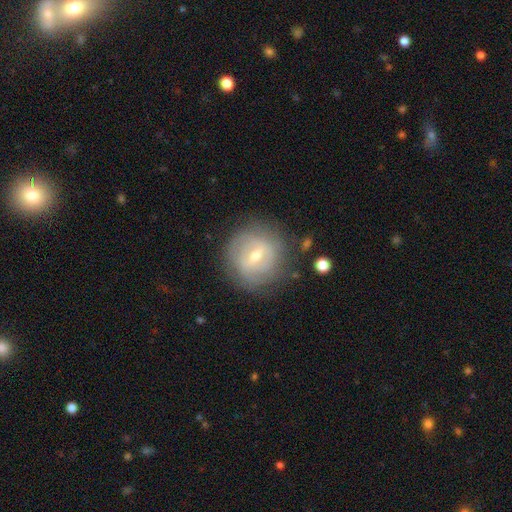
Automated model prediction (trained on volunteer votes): smooth-or-featured: featured or disk: 67% | smooth: 26% | star or artifact: 7%
  disk-edge-on: no: 95% | yes: 5%
    bar: weak: 58% | strong: 26% | no: 16%
    has-spiral-arms: yes: 72% | no: 28%
    bulge-size: moderate: 53% | small: 43% | large: 2% | none: 1% | dominant: 1%
  merging: none: 77% | minor disturbance: 15% | major disturbance: 6% | merger: 2%